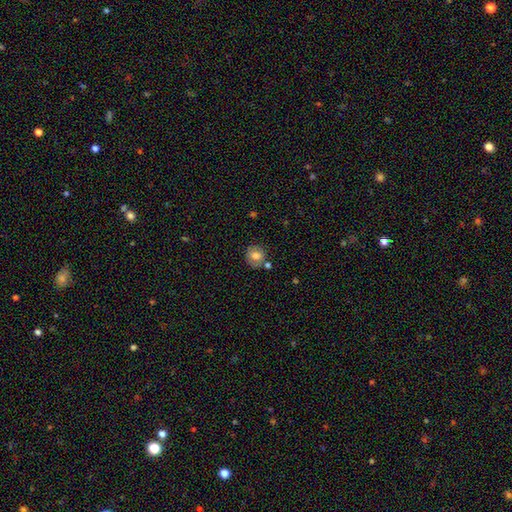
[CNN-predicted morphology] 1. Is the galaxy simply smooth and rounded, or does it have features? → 74% smooth, 17% featured or disk, 9% star or artifact.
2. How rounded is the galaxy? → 83% round, 16% in between, 1% cigar-shaped.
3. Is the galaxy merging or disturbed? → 73% none, 13% minor disturbance, 10% merger, 4% major disturbance.